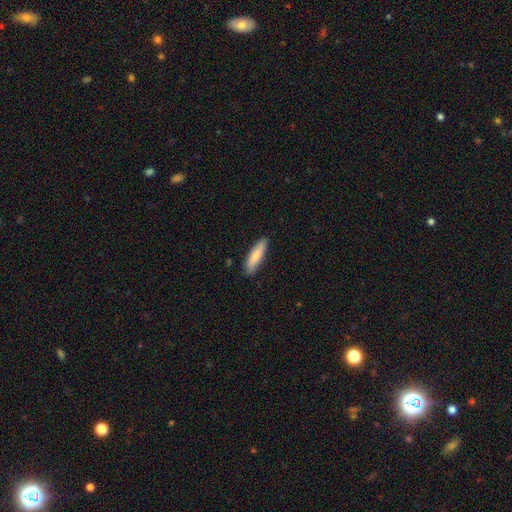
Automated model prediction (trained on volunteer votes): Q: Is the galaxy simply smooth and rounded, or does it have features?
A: smooth — 81%.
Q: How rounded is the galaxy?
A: cigar-shaped — 69%.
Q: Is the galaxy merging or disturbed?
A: none — 85%.